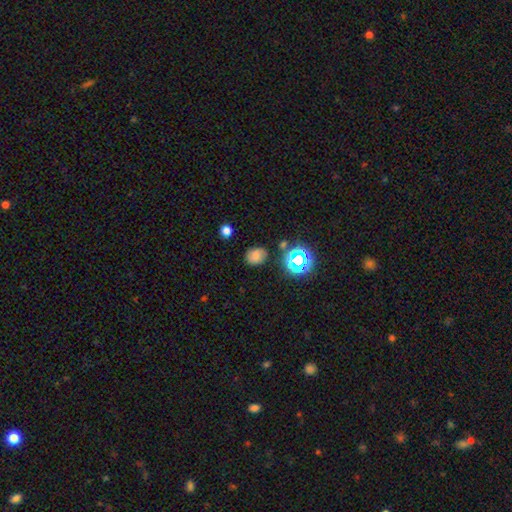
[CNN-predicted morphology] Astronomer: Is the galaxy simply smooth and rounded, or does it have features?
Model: smooth — 68%.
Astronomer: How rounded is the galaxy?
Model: in between — 51% (runner-up: round, 48%).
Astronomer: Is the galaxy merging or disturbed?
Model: none — 76%.